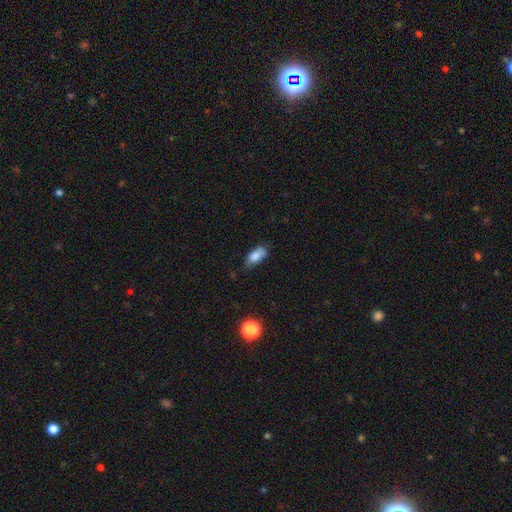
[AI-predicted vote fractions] Q: Smooth or featured?
A: smooth (80%); runner-up: featured or disk (12%)
Q: How rounded?
A: in between (87%); runner-up: cigar-shaped (10%)
Q: Merging?
A: none (56%); runner-up: minor disturbance (33%)